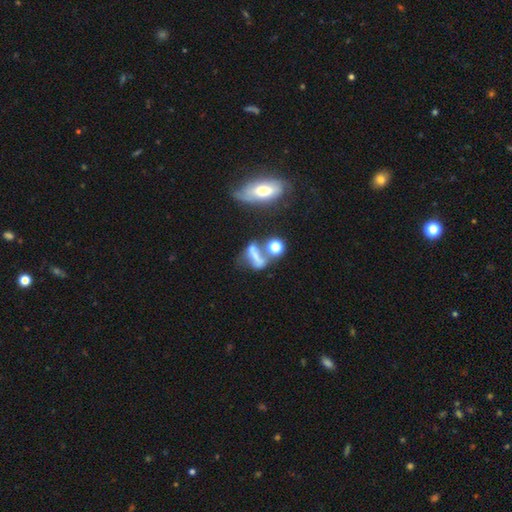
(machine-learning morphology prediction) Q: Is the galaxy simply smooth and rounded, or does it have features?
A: smooth — 45%.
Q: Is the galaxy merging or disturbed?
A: merger — 34%.